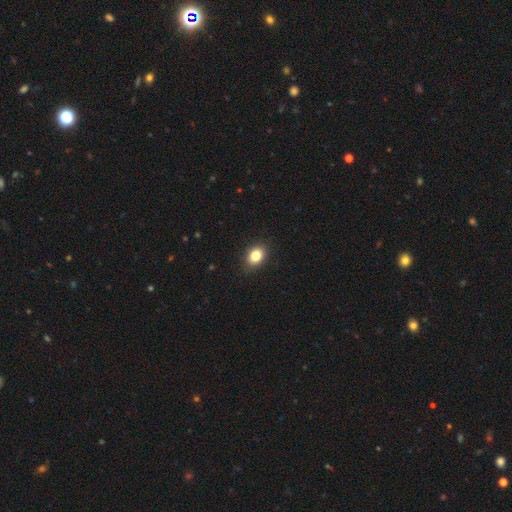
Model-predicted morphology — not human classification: smooth-or-featured: smooth: 83% | star or artifact: 10% | featured or disk: 7%
  how-rounded: in between: 70% | round: 29% | cigar-shaped: 1%
  merging: none: 88% | minor disturbance: 9% | major disturbance: 2% | merger: 1%